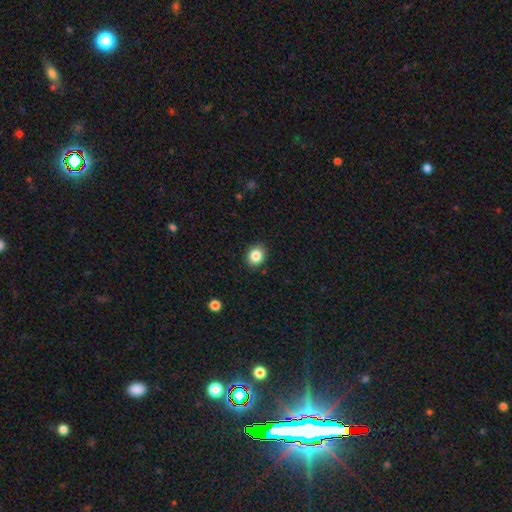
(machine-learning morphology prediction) A smooth galaxy with no disk features (84%) that is round (65%).

Vote fractions:
- Smooth or featured? smooth: 84% / star or artifact: 10% / featured or disk: 6%
- How rounded? round: 65% / in between: 34% / cigar-shaped: 1%
- Merging? none: 89% / minor disturbance: 8% / major disturbance: 2% / merger: 1%